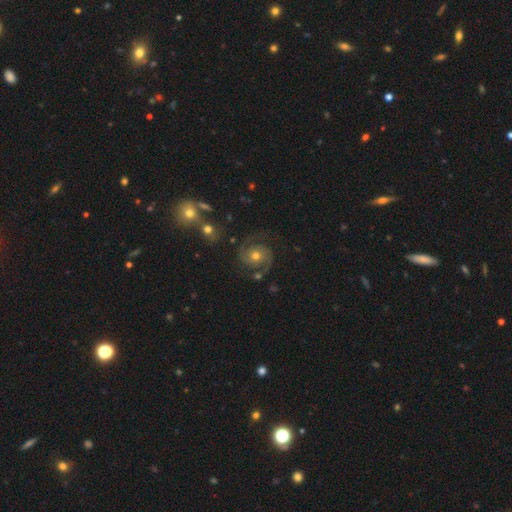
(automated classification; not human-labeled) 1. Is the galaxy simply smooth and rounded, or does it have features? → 86% featured or disk, 7% star or artifact, 7% smooth.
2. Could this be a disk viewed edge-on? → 98% no, 2% yes.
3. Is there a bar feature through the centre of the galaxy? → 75% no, 20% weak, 5% strong.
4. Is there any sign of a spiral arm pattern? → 97% yes, 3% no.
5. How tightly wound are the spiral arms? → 53% medium, 32% tight, 15% loose.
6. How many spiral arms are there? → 92% 2, 2% can't tell, 2% 3, 1% 1, 1% 4, 1% more than 4.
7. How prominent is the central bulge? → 68% moderate, 24% small, 5% large, 1% none, 1% dominant.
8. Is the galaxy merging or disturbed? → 80% none, 12% minor disturbance, 6% major disturbance, 3% merger.